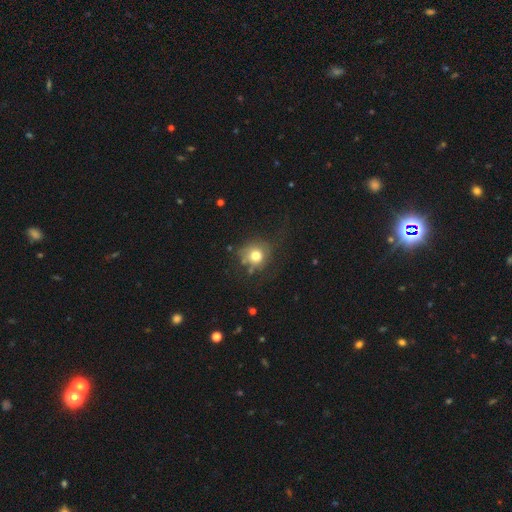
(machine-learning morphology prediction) A smooth galaxy with no disk features (73%) that is round (88%). Merging: none (65%).